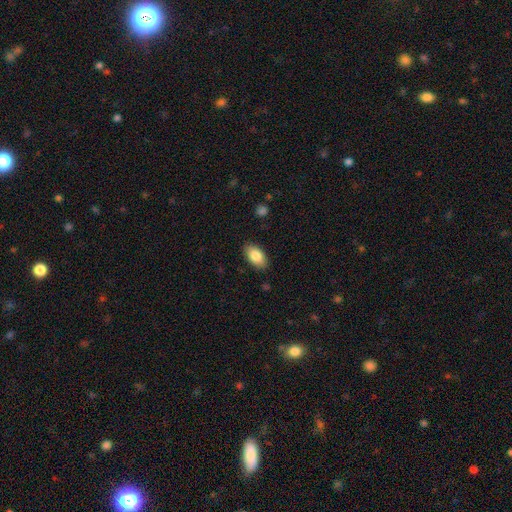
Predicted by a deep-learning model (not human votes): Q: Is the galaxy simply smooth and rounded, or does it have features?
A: smooth — 85%.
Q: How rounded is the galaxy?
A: in between — 93%.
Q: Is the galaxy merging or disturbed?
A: none — 86%.